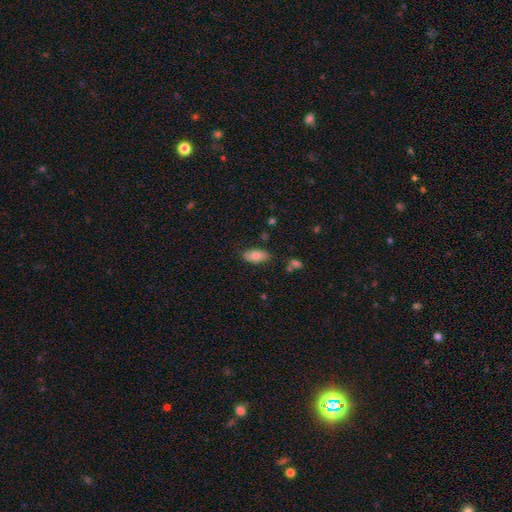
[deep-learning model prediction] The model was most divided on "smooth or featured": smooth: 78%, featured or disk: 15%, star or artifact: 7%. More confident: how rounded — in between (91%); merging — none (81%).